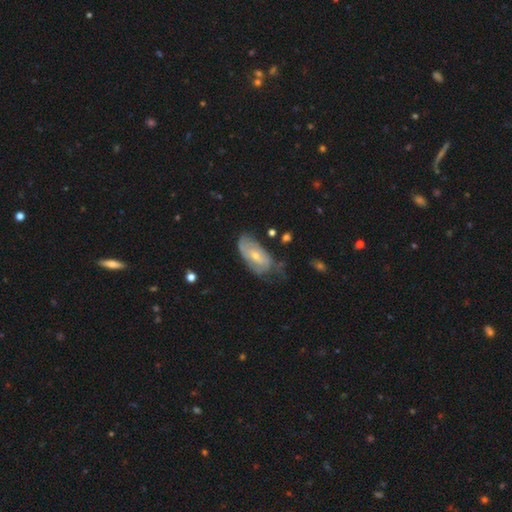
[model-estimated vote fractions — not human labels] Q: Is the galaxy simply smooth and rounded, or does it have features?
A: featured or disk — 56%.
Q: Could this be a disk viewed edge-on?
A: no — 91%.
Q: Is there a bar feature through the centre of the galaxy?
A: no — 69%.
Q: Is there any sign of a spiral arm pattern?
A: yes — 67%.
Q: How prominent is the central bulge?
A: small — 59%.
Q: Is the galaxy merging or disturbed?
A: none — 43%.